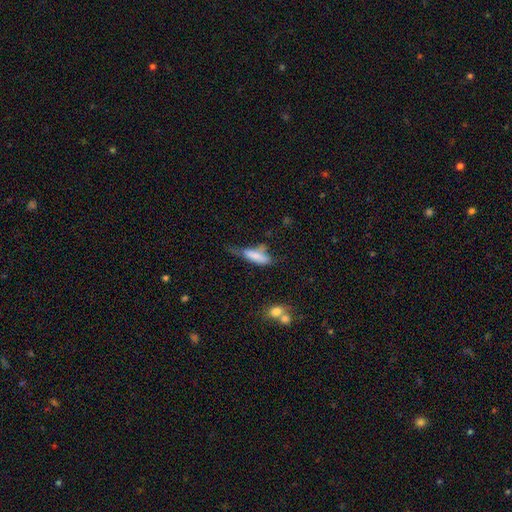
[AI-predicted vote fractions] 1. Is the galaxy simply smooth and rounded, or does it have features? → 67% smooth, 26% featured or disk, 8% star or artifact.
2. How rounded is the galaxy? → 49% in between (tied), 49% cigar-shaped (tied), 3% round.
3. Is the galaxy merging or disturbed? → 33% minor disturbance, 28% major disturbance, 27% none, 12% merger.